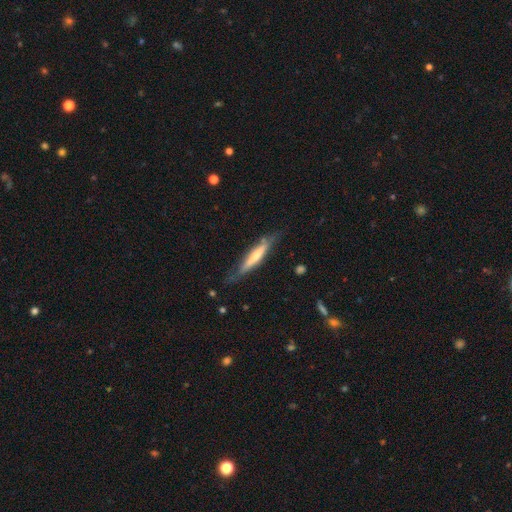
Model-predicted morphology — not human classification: The model was most divided on "smooth or featured": smooth: 50%, featured or disk: 45%, star or artifact: 6%. More confident: merging — none (70%).